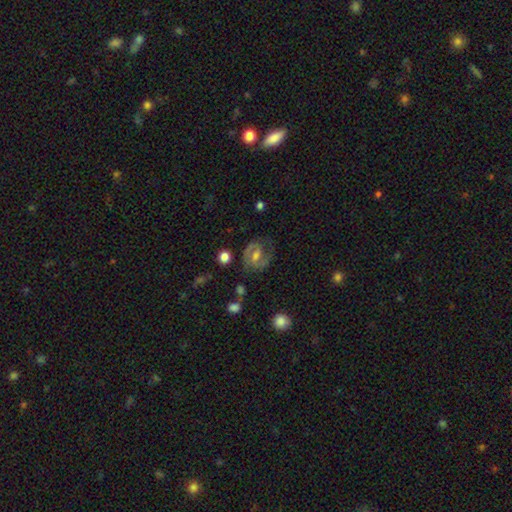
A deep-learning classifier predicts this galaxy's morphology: This is likely a featured or disk galaxy (68%). It is clearly not viewed edge-on (97%). Bar: possibly weak (49%). Spiral arm pattern: clearly yes (84%). Spiral arm count: likely 2 (79%). Spiral winding: possibly medium (49%). Central bulge: possibly moderate (55%). Merging: likely none (65%).